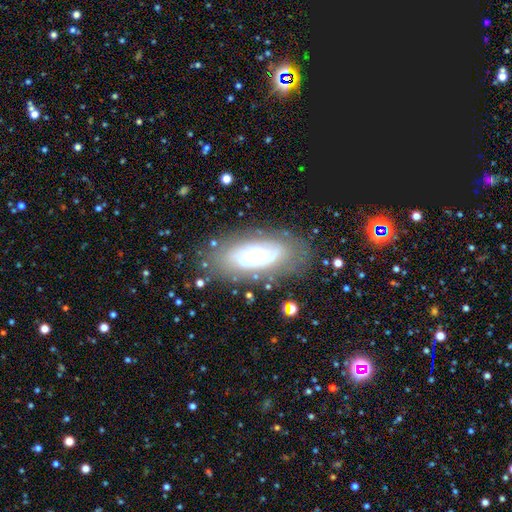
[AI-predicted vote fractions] smooth_or_featured: featured or disk (p=0.59) [alt: smooth p=0.31]
disk_edge_on: no (p=0.89) [alt: yes p=0.11]
bar: no (p=0.77) [alt: weak p=0.16]
has_spiral_arms: yes (p=0.58) [alt: no p=0.42]
bulge_size: small (p=0.56) [alt: none p=0.19]
merging: none (p=0.73) [alt: minor disturbance p=0.17]